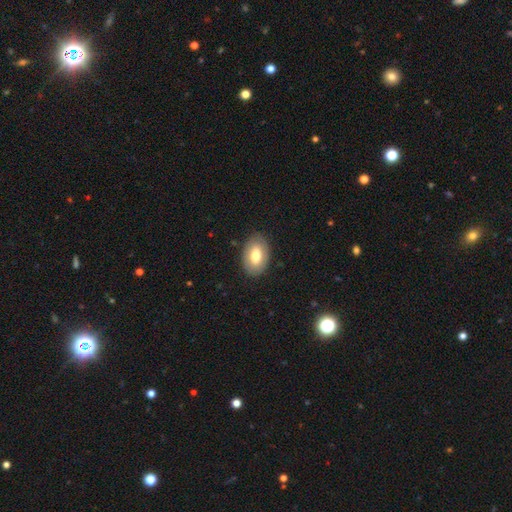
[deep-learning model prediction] smooth 68%, featured or disk 26%, star or artifact 6%. Down the decision tree: how rounded — in between (90%); merging — none (84%).